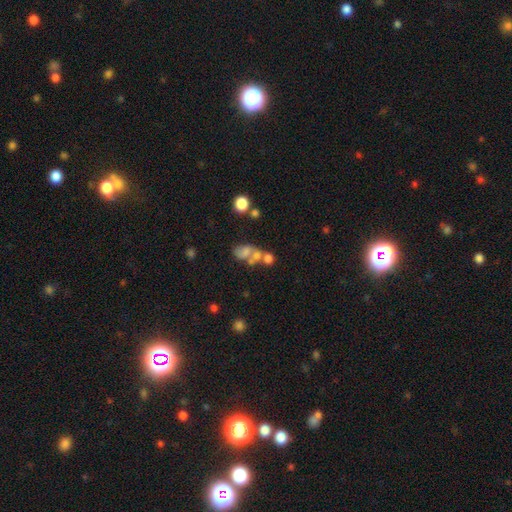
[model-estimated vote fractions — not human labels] Overall: smooth (50%; featured or disk 34%). Merging: merger (49%; none 25%).